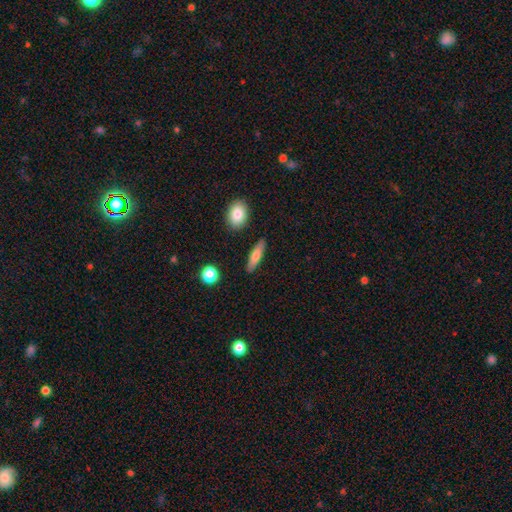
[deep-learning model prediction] This is likely a smooth galaxy (71%). How rounded: likely cigar-shaped (64%). Merging: clearly none (87%).